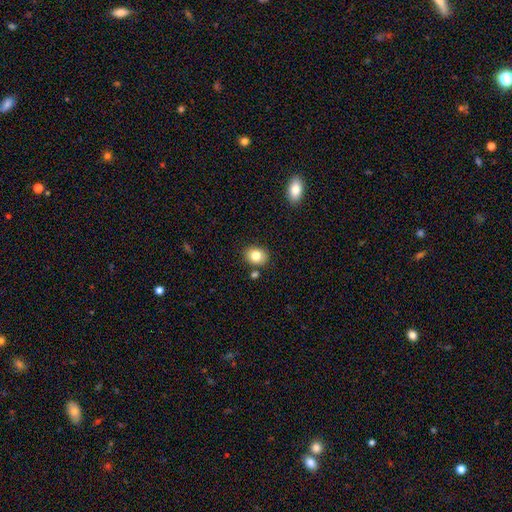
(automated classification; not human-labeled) Smooth or featured?
  - smooth: 80% *
  - star or artifact: 10%
  - featured or disk: 9%
How rounded?
  - round: 55% *
  - in between: 44%
  - cigar-shaped: 1%
Merging?
  - none: 81% *
  - minor disturbance: 10%
  - merger: 6%
  - major disturbance: 2%